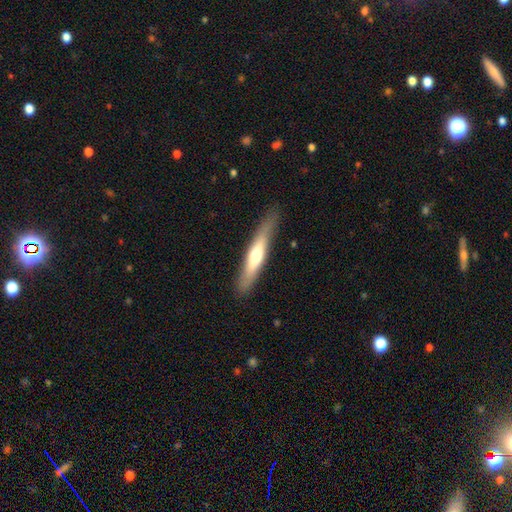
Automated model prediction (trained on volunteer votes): Morphology: type=featured or disk (48%); merging=none (85%).